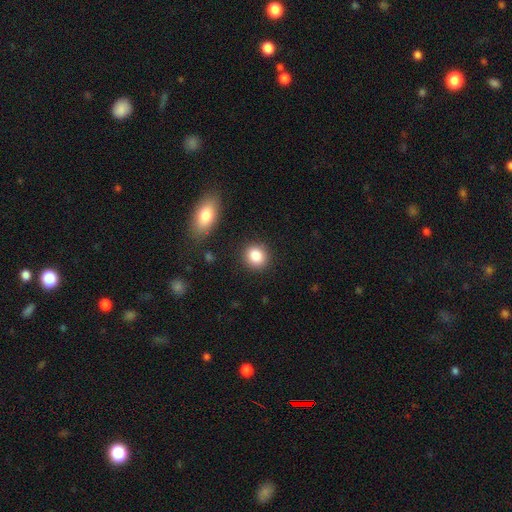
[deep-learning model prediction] A smooth galaxy with no disk features (86%) that is round (76%). Merging: none (87%).